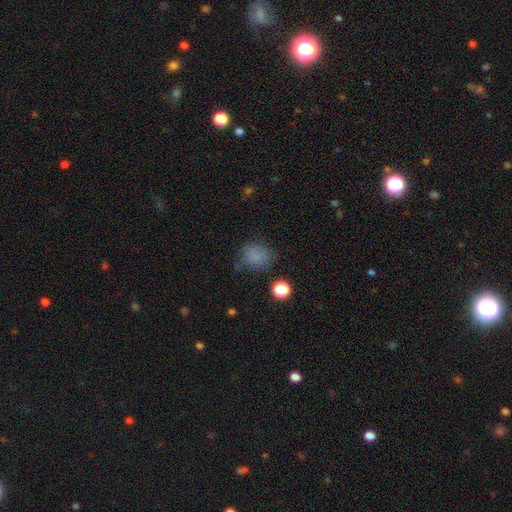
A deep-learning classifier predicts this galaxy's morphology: smooth-or-featured: smooth: 77% | star or artifact: 16% | featured or disk: 7%
  how-rounded: round: 59% | in between: 40% | cigar-shaped: 1%
  merging: none: 65% | minor disturbance: 22% | major disturbance: 10% | merger: 4%